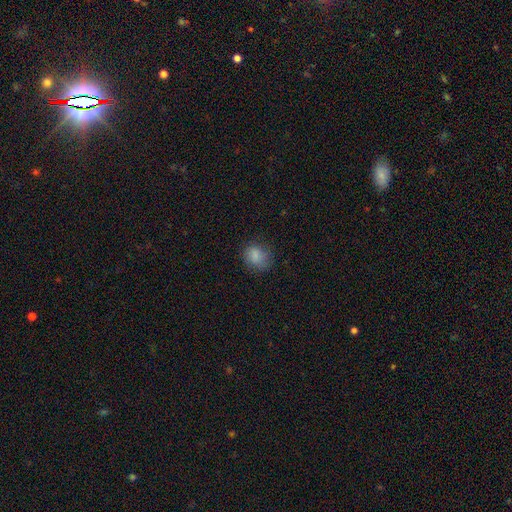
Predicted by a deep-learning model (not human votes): smooth 84%, star or artifact 10%, featured or disk 6%. Down the decision tree: how rounded — round (55%); merging — none (73%).